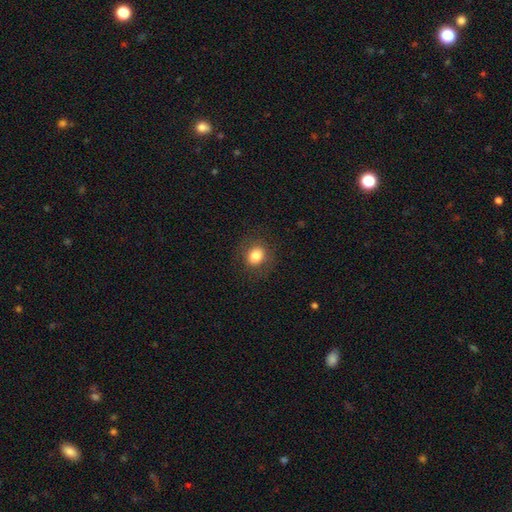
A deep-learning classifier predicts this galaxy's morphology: A smooth galaxy with no disk features (81%) that is round (63%). Merging: none (84%).